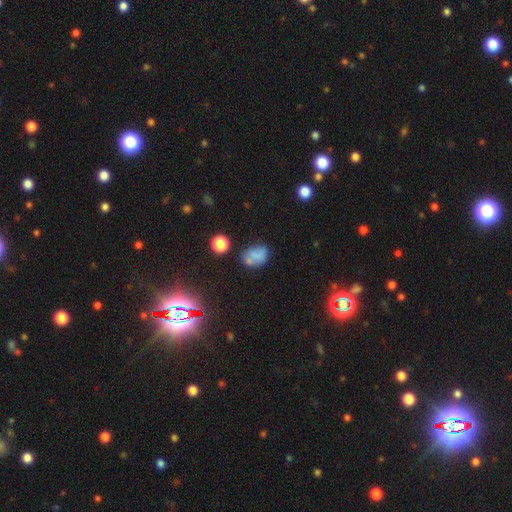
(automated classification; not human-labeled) Morphology: type=smooth (75%); roundness=in between (74%); merging=none (58%).